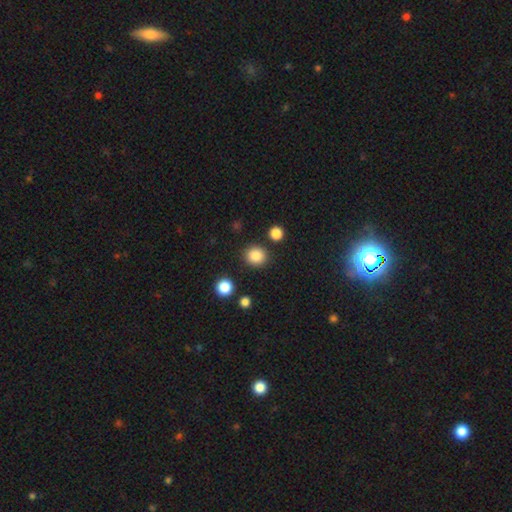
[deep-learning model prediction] Overall: smooth (85%). How rounded: round (86%). Merging: none (87%).